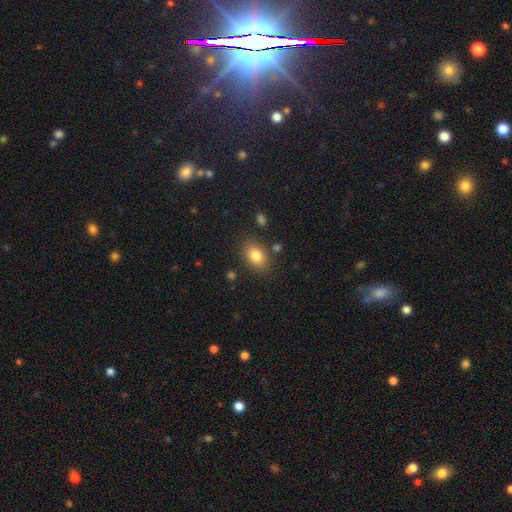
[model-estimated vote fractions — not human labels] A smooth galaxy with no disk features (82%) that is in between round and cigar-shaped (79%).

Vote fractions:
- Smooth or featured? smooth: 82% / star or artifact: 9% / featured or disk: 9%
- How rounded? in between: 79% / round: 20% / cigar-shaped: 1%
- Merging? none: 82% / minor disturbance: 11% / merger: 4% / major disturbance: 3%